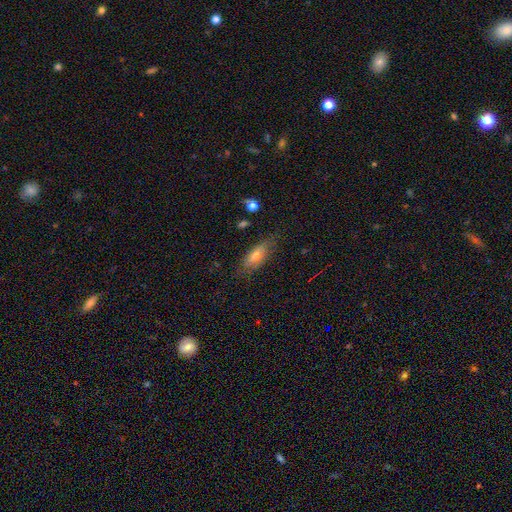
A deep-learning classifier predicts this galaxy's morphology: Smooth or featured: smooth — 64% (featured or disk — 27%)
How rounded: in between — 61% (cigar-shaped — 36%)
Merging: none — 74% (minor disturbance — 19%)